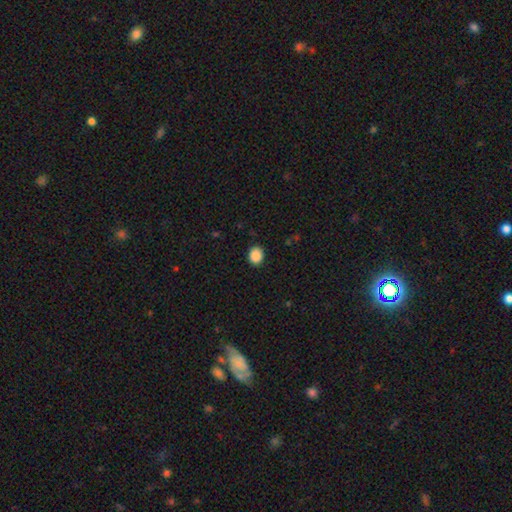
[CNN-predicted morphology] A smooth galaxy with no disk features (89%) that is round (58%). Merging: none (89%).